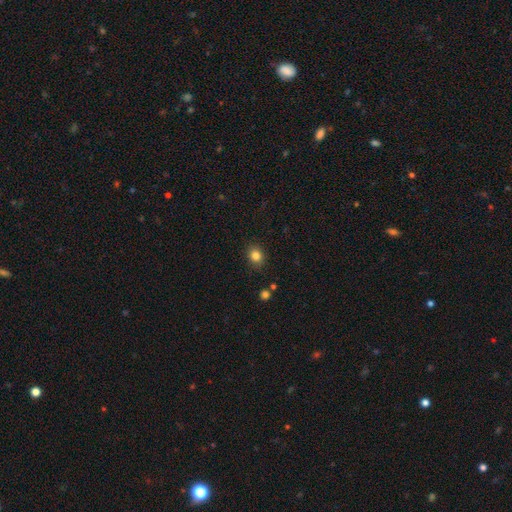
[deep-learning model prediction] smooth 83%, star or artifact 12%, featured or disk 5%. Down the decision tree: how rounded — round (72%); merging — none (87%).